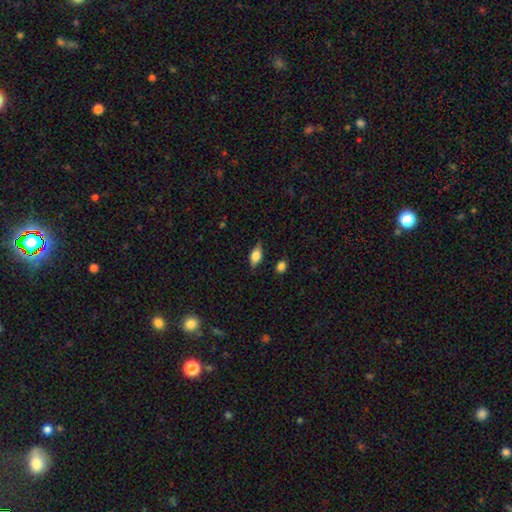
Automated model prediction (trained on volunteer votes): This is possibly a smooth galaxy (59%). How rounded: likely in between (79%). Merging: likely none (79%).